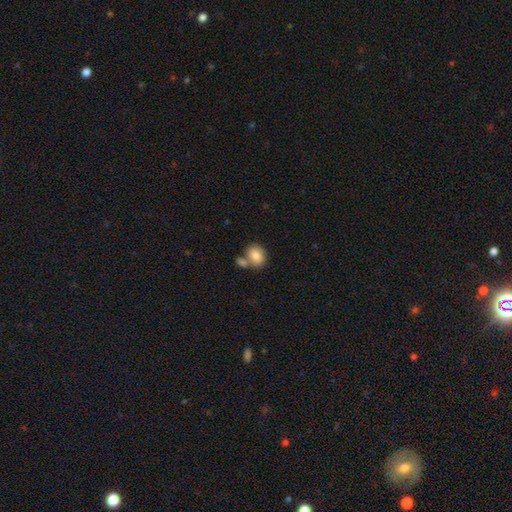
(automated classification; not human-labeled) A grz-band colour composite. It shows a smooth galaxy with no disk features (82%) that is in between round and cigar-shaped (61%). Merging: none (45%).